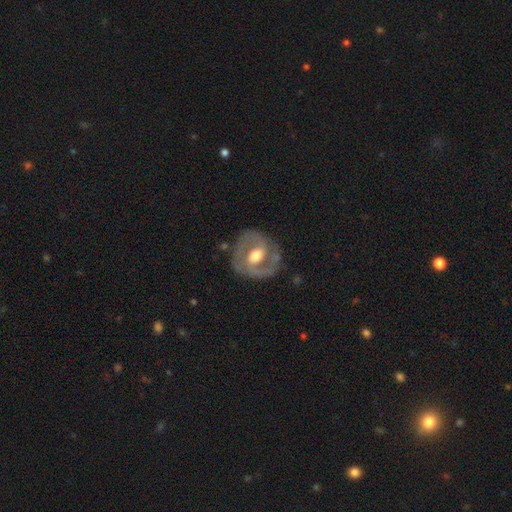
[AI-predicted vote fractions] A featured or disk galaxy (77%) with a weak bar (45%), 2 (80%) medium (47%) spiral arms (75%) and a moderate central bulge (69%). Merging: none (77%).